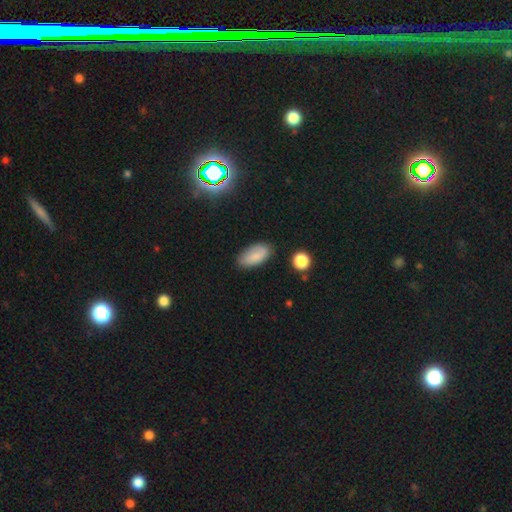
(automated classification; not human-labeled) Smooth or featured: smooth — 82% (featured or disk — 10%)
How rounded: in between — 91% (cigar-shaped — 6%)
Merging: none — 78% (minor disturbance — 17%)